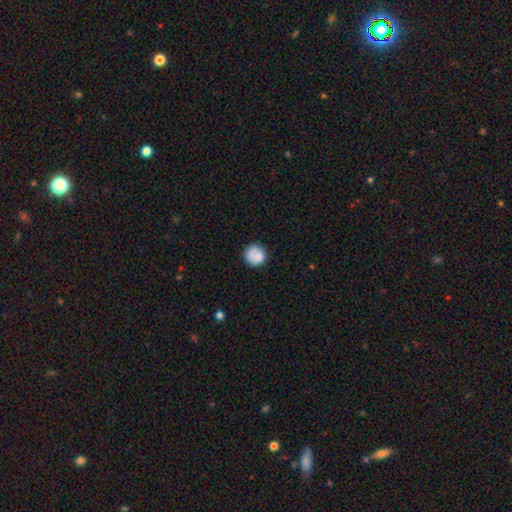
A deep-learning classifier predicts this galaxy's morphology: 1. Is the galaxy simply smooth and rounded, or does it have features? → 83% smooth, 9% featured or disk, 8% star or artifact.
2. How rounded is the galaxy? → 91% round, 8% in between, 1% cigar-shaped.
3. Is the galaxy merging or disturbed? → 76% none, 16% minor disturbance, 4% merger, 4% major disturbance.